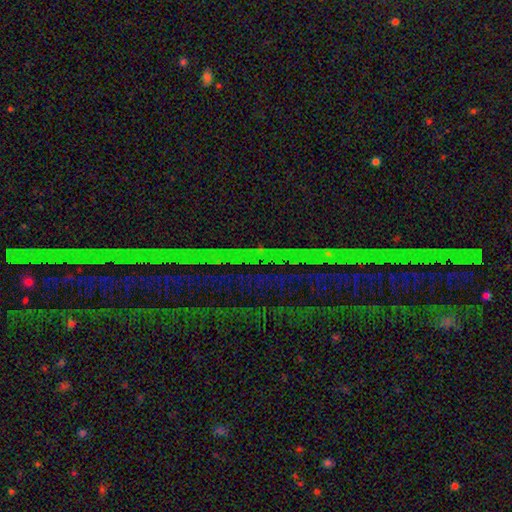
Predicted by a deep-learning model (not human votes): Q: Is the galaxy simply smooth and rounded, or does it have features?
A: star or artifact — 80%.